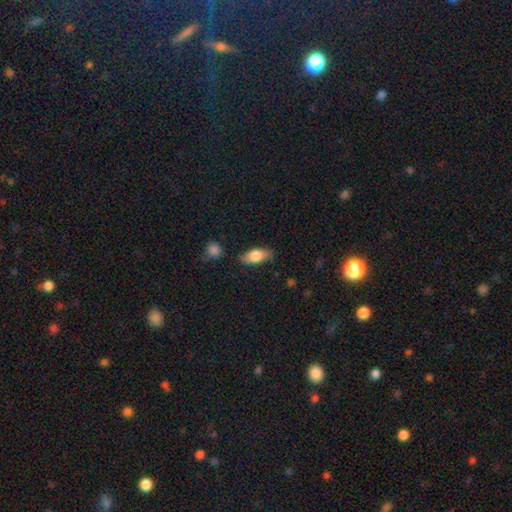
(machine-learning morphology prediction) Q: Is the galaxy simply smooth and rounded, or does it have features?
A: smooth — 74%.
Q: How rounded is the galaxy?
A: in between — 83%.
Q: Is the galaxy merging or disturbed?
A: none — 79%.